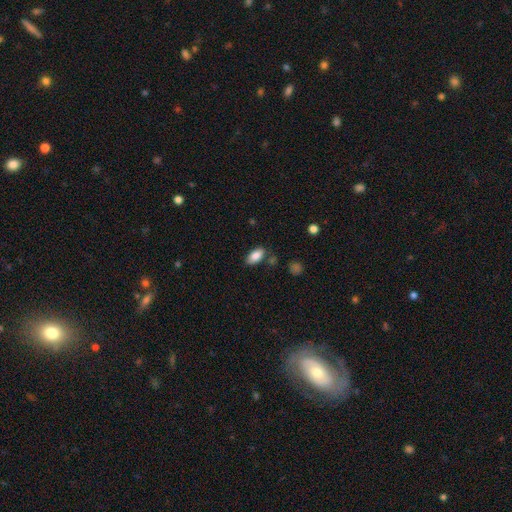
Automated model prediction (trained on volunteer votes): Smooth or featured: smooth — 86% (star or artifact — 7%)
How rounded: in between — 92% (cigar-shaped — 5%)
Merging: none — 78% (minor disturbance — 14%)